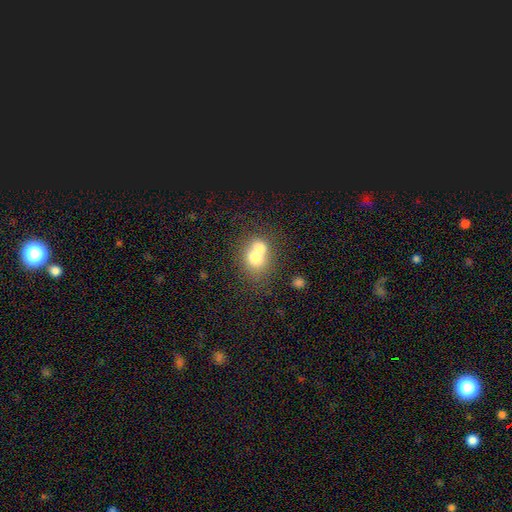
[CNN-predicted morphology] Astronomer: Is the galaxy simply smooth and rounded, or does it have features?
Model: smooth — 67%.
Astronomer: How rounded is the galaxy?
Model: round — 57% (runner-up: in between, 42%).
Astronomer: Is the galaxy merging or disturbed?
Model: merger — 65%.